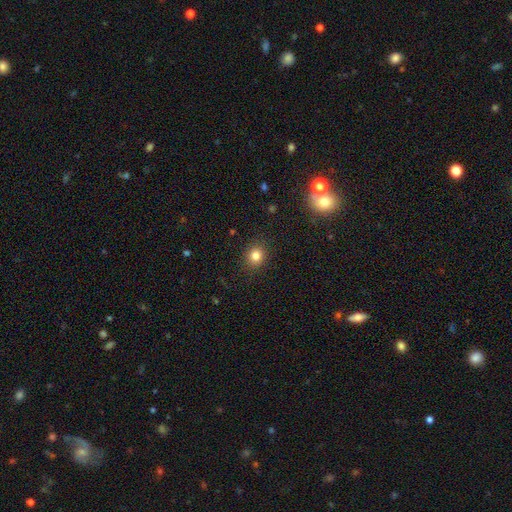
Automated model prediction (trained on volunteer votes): A smooth galaxy with no disk features (82%) that is round (76%). Merging: none (89%).